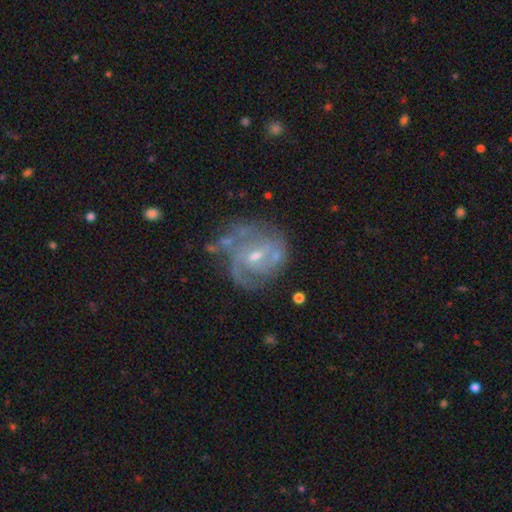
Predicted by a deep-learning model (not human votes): This appears to be a featured or disk galaxy (82%) with a weak bar (54%), 2 (33%) tight (42%, tied with medium) spiral arms (89%) and a small central bulge (54%). Merging: none (55%).